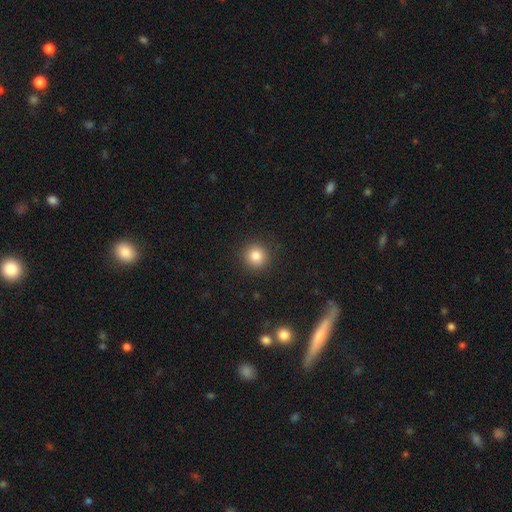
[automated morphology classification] smooth 83%, star or artifact 12%, featured or disk 5%. Down the decision tree: how rounded — round (93%); merging — none (91%).